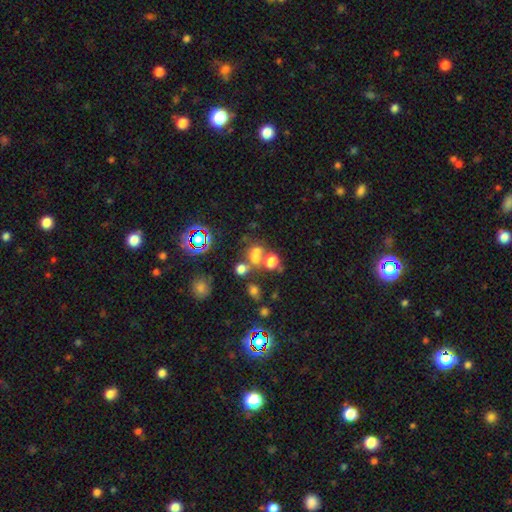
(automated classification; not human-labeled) Smooth or featured? smooth (56%)
How rounded? round (74%)
Merging? merger (44%)